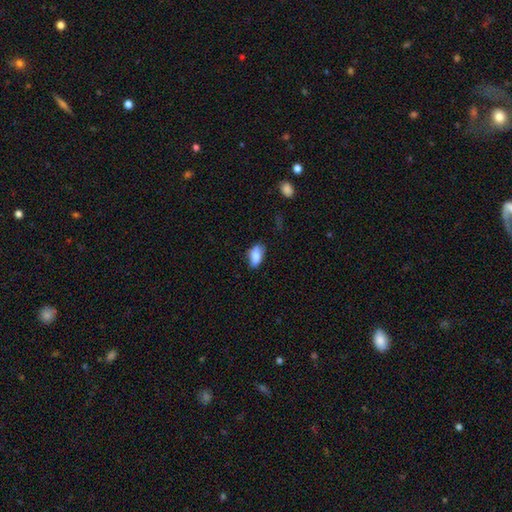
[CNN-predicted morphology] smooth-or-featured: smooth: 82% | featured or disk: 11% | star or artifact: 7%
  how-rounded: in between: 90% | round: 5% | cigar-shaped: 5%
  merging: none: 71% | minor disturbance: 23% | major disturbance: 5% | merger: 2%